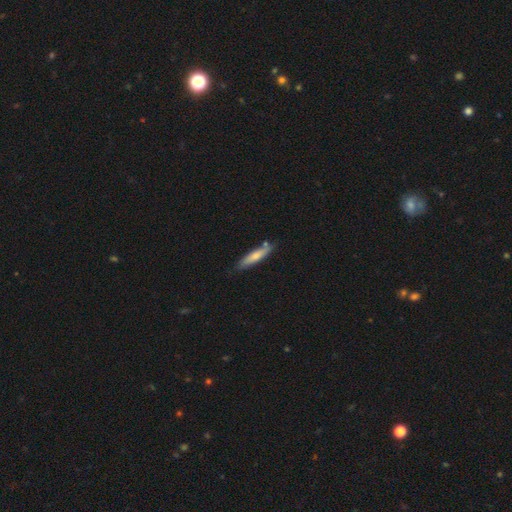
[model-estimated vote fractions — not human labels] This is likely a smooth galaxy (68%). How rounded: clearly cigar-shaped (83%). Merging: likely none (75%).